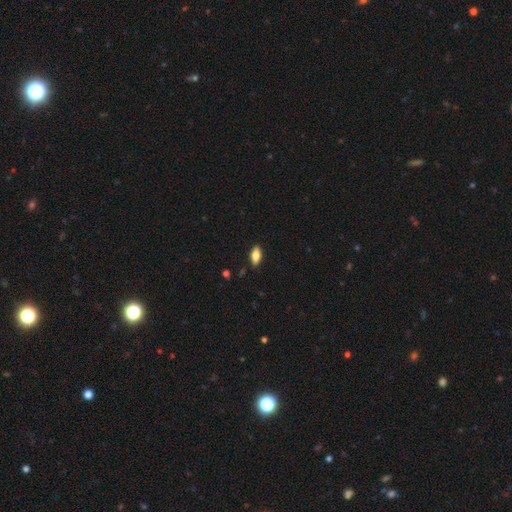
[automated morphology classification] smooth-or-featured: smooth: 76% | featured or disk: 17% | star or artifact: 7%
  how-rounded: in between: 85% | cigar-shaped: 12% | round: 3%
  merging: none: 88% | minor disturbance: 9% | major disturbance: 2% | merger: 1%